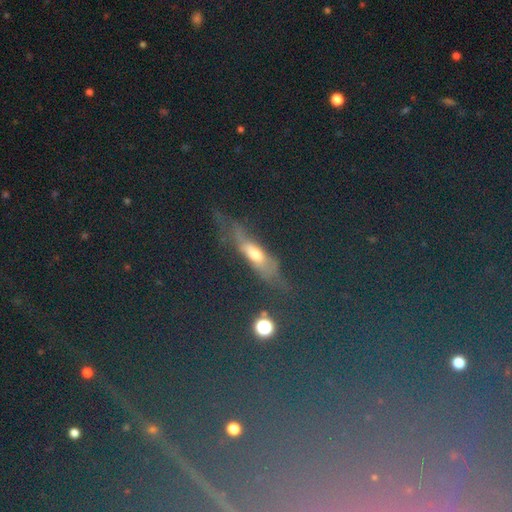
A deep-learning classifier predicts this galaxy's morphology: A star or artifact, not a galaxy (38%).

Vote fractions:
- Smooth or featured? star or artifact: 38% / featured or disk: 32% / smooth: 30%